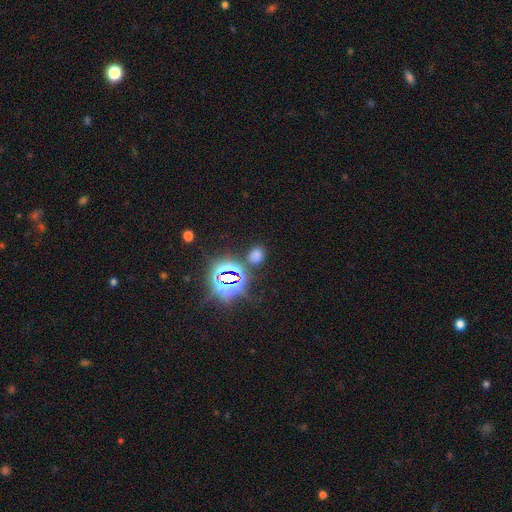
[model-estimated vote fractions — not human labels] This is possibly a smooth galaxy (56%). How rounded: possibly round (53%). Merging: likely none (79%).